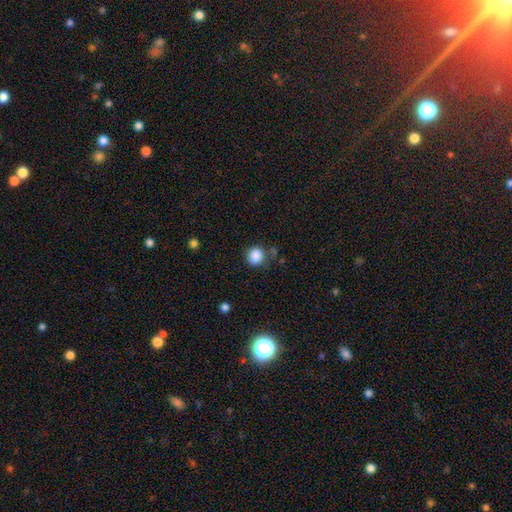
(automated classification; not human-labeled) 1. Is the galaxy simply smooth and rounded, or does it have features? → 87% smooth, 10% star or artifact, 4% featured or disk.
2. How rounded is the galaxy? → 83% round, 16% in between, 1% cigar-shaped.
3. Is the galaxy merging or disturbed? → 77% none, 13% minor disturbance, 6% merger, 4% major disturbance.